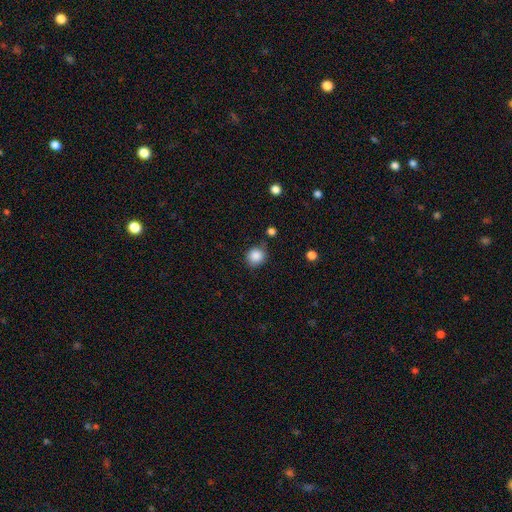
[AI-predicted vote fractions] Smooth or featured? Predicted: smooth (p=0.87). How rounded? Predicted: round (p=0.81). Merging? Predicted: none (p=0.79).